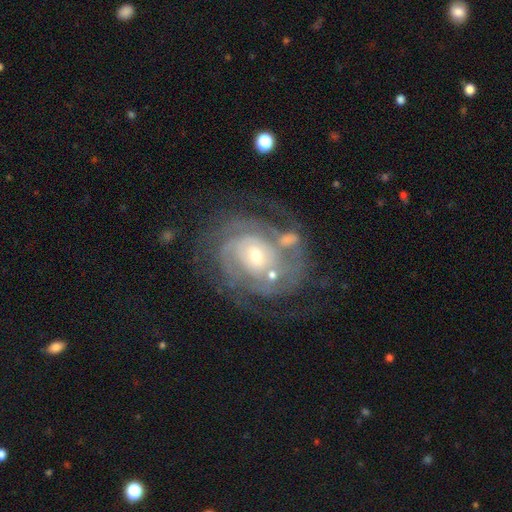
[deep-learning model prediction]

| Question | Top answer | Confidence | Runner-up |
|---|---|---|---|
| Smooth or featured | featured or disk | 87% | smooth (7%) |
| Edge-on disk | no | 97% | yes (3%) |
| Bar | no | 65% | weak (27%) |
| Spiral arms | yes | 96% | no (4%) |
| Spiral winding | tight | 71% | medium (24%) |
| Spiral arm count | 2 | 31% | can't tell (28%) |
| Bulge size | small | 50% | moderate (43%) |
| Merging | none | 64% | minor disturbance (17%) |